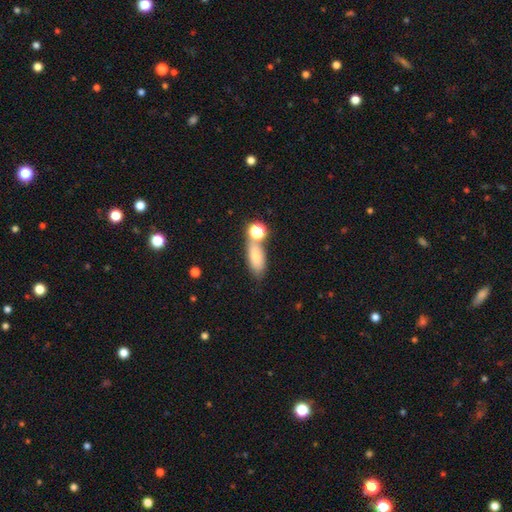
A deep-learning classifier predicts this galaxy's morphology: Smooth or featured? smooth (77%)
How rounded? in between (74%)
Merging? none (57%)